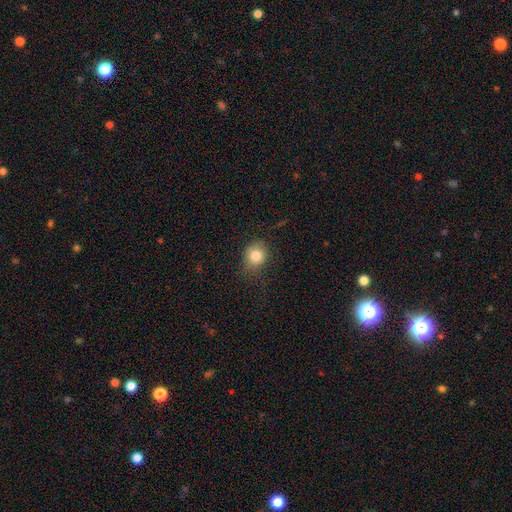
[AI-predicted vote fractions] Smooth or featured: smooth — 81% (star or artifact — 11%)
How rounded: round — 68% (in between — 31%)
Merging: none — 72% (minor disturbance — 21%)